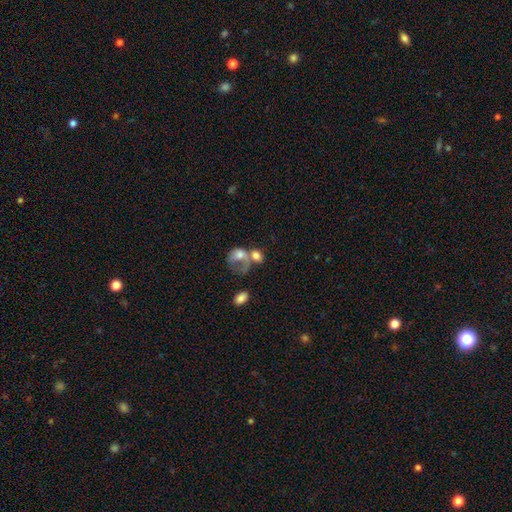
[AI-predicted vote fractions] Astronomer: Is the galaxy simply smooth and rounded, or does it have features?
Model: smooth — 67%.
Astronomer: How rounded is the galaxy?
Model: in between — 59% (runner-up: round, 39%).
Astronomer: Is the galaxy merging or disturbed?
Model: merger — 57%.